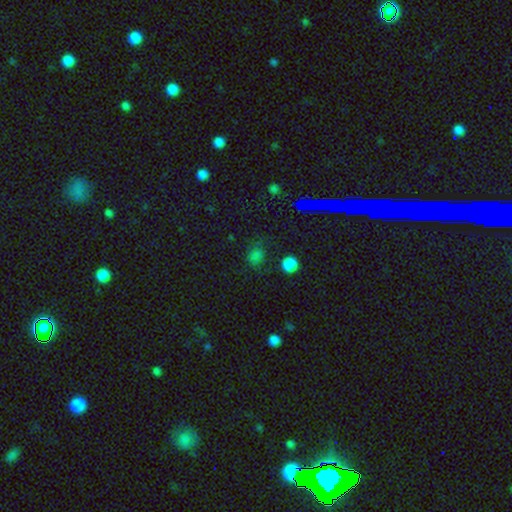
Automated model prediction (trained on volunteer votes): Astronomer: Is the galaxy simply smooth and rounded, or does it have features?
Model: smooth — 64%.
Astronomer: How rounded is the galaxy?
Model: round — 64%.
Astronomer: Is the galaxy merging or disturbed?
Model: none — 76%.